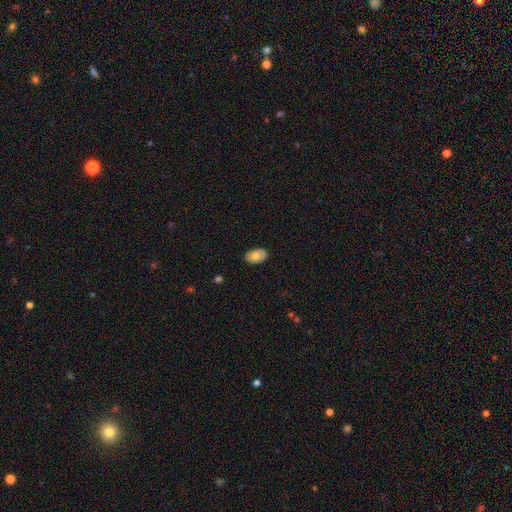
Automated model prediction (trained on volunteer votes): Q: Smooth or featured?
A: smooth (65%); runner-up: featured or disk (28%)
Q: How rounded?
A: in between (88%); runner-up: round (11%)
Q: Merging?
A: none (83%); runner-up: minor disturbance (13%)